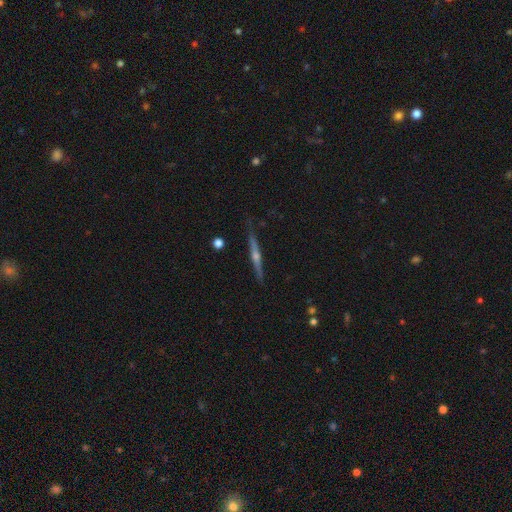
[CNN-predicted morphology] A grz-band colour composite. It shows a featured or disk galaxy (78%) viewed edge-on (98%) with a rounded central bulge (87%). Merging: none (87%).